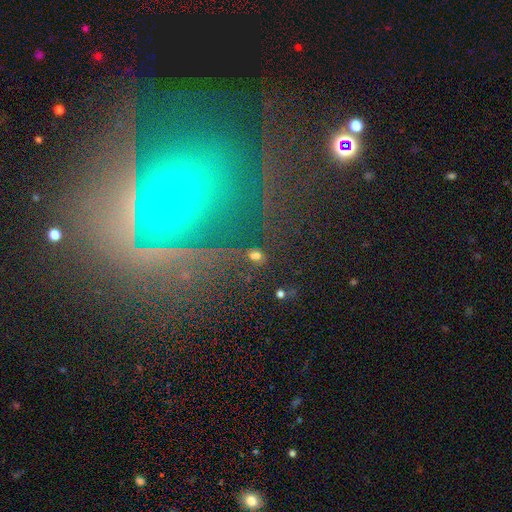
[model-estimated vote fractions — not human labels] Smooth or featured: smooth — 58% (star or artifact — 33%)
How rounded: round — 51% (in between — 46%)
Merging: none — 70% (minor disturbance — 13%)